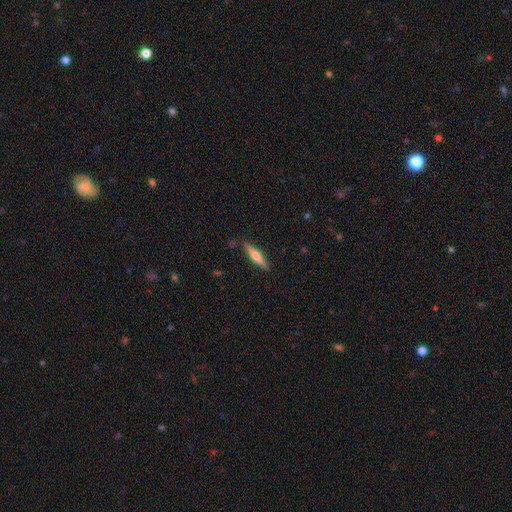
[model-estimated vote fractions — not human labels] smooth-or-featured: featured or disk: 53% | smooth: 41% | star or artifact: 6%
  disk-edge-on: yes: 96% | no: 4%
    edge-on-bulge: rounded: 90% | boxy: 5% | none: 5%
  merging: none: 88% | minor disturbance: 9% | major disturbance: 2% | merger: 2%